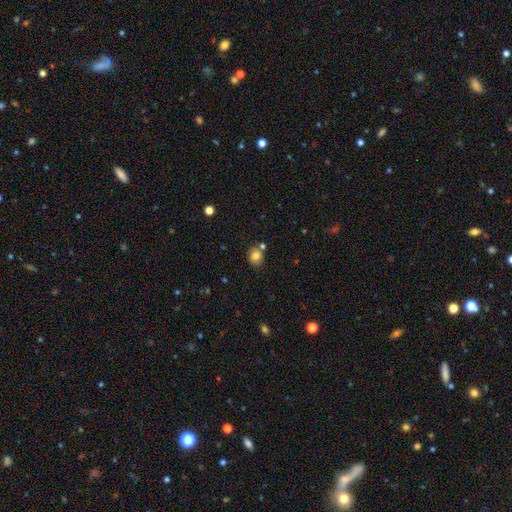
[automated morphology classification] A smooth galaxy with no disk features (81%) that is round (75%).

Vote fractions:
- Smooth or featured? smooth: 81% / star or artifact: 11% / featured or disk: 8%
- How rounded? round: 75% / in between: 24% / cigar-shaped: 1%
- Merging? none: 74% / merger: 12% / minor disturbance: 11% / major disturbance: 3%